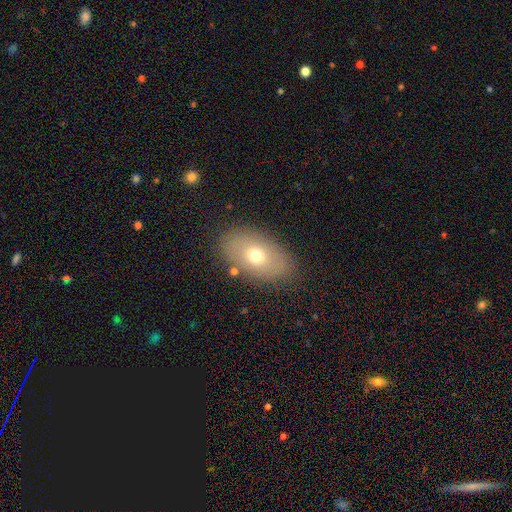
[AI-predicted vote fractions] Smooth or featured? Predicted: smooth (p=0.64). How rounded? Predicted: in between (p=0.90). Merging? Predicted: none (p=0.83).